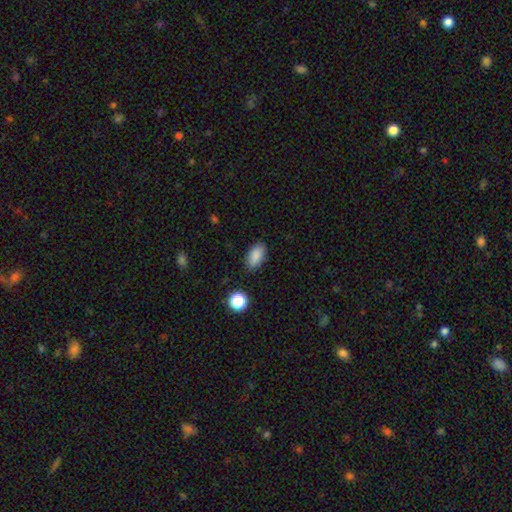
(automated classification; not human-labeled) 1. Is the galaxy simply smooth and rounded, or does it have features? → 87% smooth, 8% star or artifact, 5% featured or disk.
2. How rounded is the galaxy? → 92% in between, 5% round, 4% cigar-shaped.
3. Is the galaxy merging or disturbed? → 86% none, 10% minor disturbance, 3% major disturbance, 1% merger.